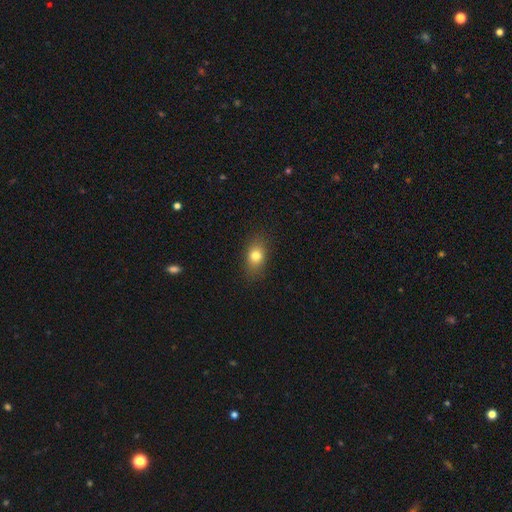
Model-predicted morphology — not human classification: Smooth or featured: smooth — 77% (featured or disk — 12%)
How rounded: in between — 72% (round — 24%)
Merging: none — 85% (minor disturbance — 11%)